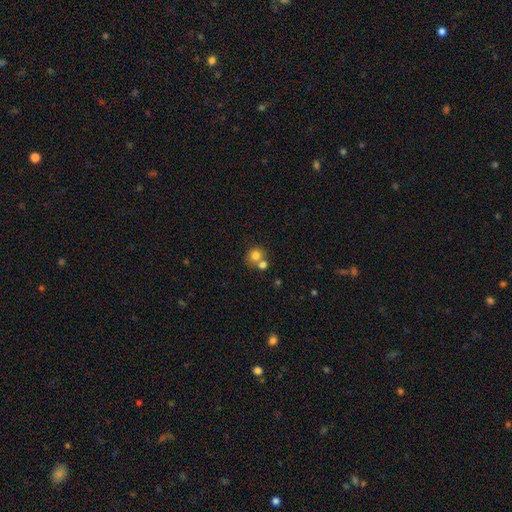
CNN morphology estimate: A smooth galaxy with no disk features (77%) that is round (85%).

Vote fractions:
- Smooth or featured? smooth: 77% / star or artifact: 12% / featured or disk: 11%
- How rounded? round: 85% / in between: 14% / cigar-shaped: 1%
- Merging? none: 49% / merger: 41% / minor disturbance: 7% / major disturbance: 3%